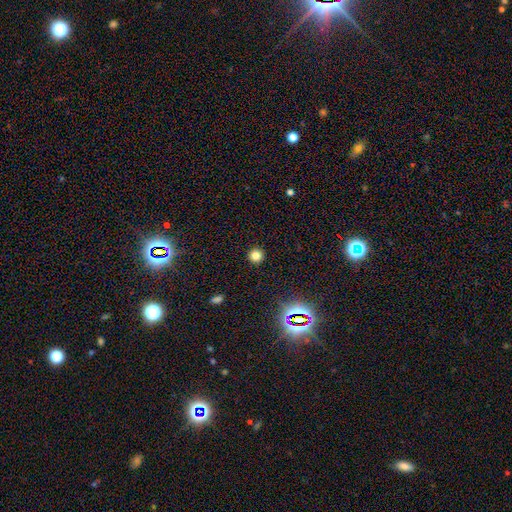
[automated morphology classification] Smooth or featured?
  - smooth: 77% *
  - star or artifact: 17%
  - featured or disk: 5%
How rounded?
  - round: 95% *
  - in between: 4%
  - cigar-shaped: 1%
Merging?
  - none: 92% *
  - minor disturbance: 5%
  - major disturbance: 2%
  - merger: 1%